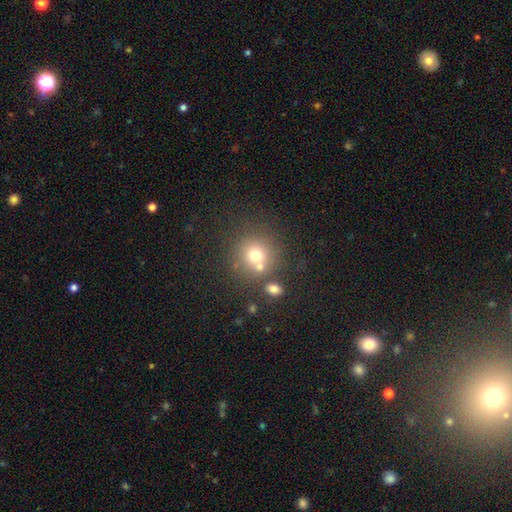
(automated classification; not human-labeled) Smooth or featured: smooth — 69% (star or artifact — 15%)
How rounded: round — 89% (in between — 10%)
Merging: none — 60% (merger — 26%)